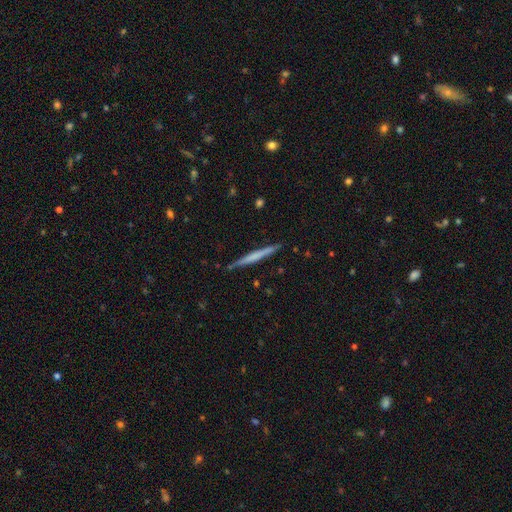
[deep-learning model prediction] This is possibly a smooth galaxy (49%). Merging: clearly none (89%).